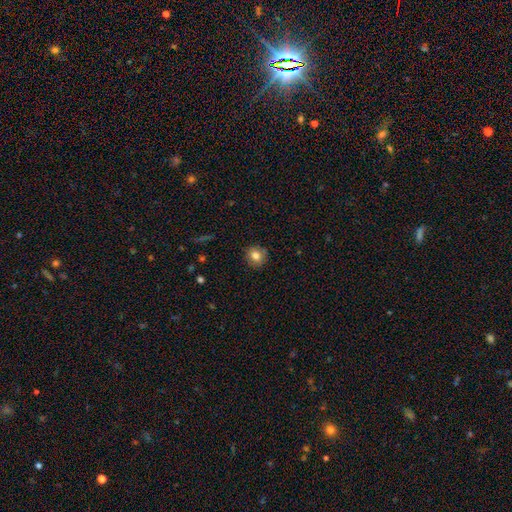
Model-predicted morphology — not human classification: Smooth or featured?
  - smooth: 80% *
  - star or artifact: 10%
  - featured or disk: 9%
How rounded?
  - round: 83% *
  - in between: 16%
  - cigar-shaped: 1%
Merging?
  - none: 86% *
  - minor disturbance: 11%
  - major disturbance: 2%
  - merger: 1%